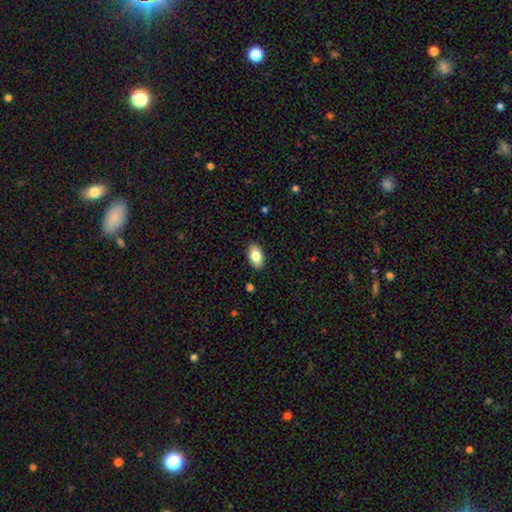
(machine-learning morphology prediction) The model was most divided on "smooth or featured": smooth: 81%, featured or disk: 12%, star or artifact: 7%. More confident: how rounded — in between (94%); merging — none (89%).